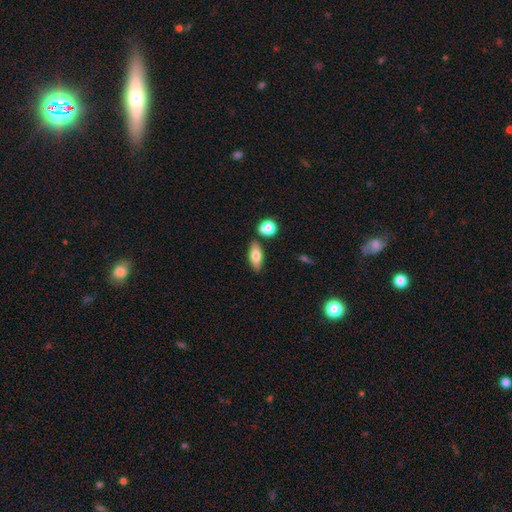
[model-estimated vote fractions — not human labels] Smooth or featured?
  - smooth: 75% *
  - featured or disk: 18%
  - star or artifact: 7%
How rounded?
  - in between: 82% *
  - cigar-shaped: 14%
  - round: 4%
Merging?
  - none: 78% *
  - minor disturbance: 11%
  - merger: 9%
  - major disturbance: 3%